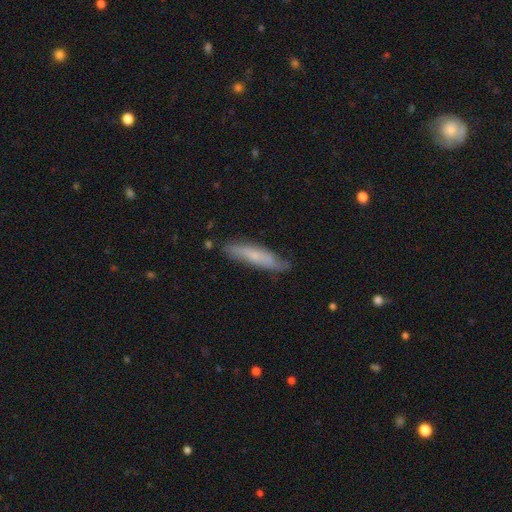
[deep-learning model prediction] smooth-or-featured: smooth: 55% | featured or disk: 39% | star or artifact: 6%
  how-rounded: cigar-shaped: 83% | in between: 15% | round: 2%
  merging: none: 74% | minor disturbance: 20% | major disturbance: 4% | merger: 2%